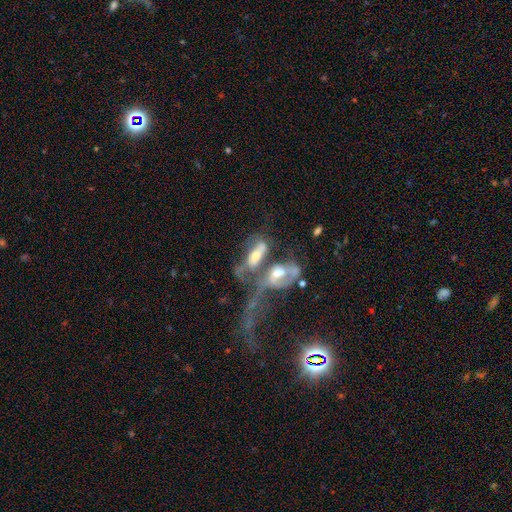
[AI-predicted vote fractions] Smooth or featured? featured or disk (57%)
Edge-on disk? no (83%)
Merging? merger (68%)